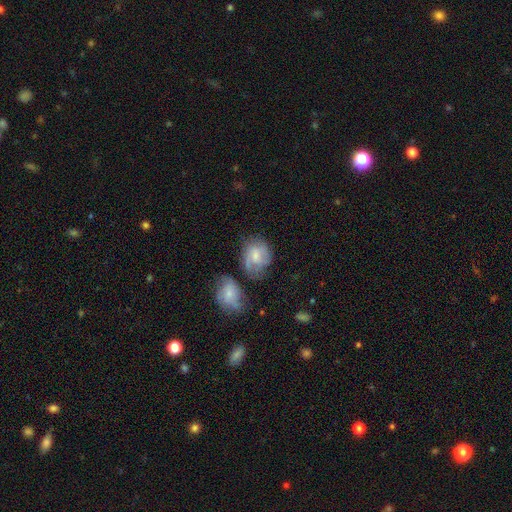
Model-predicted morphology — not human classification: Smooth or featured? Predicted: smooth (p=0.48). Merging? Predicted: none (p=0.45).